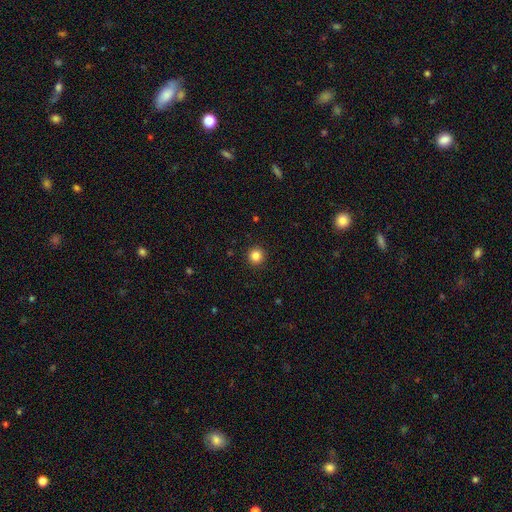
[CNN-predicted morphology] Q: Smooth or featured?
A: smooth (84%); runner-up: star or artifact (11%)
Q: How rounded?
A: round (96%); runner-up: in between (3%)
Q: Merging?
A: none (93%); runner-up: minor disturbance (4%)